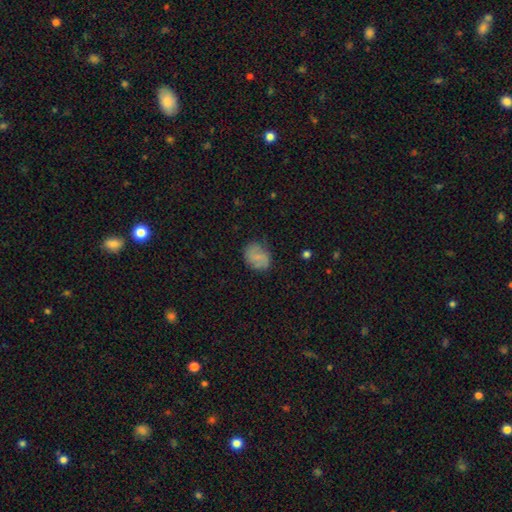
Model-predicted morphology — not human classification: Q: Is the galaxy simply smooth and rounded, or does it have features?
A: smooth — 68%.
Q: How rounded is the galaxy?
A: in between — 53%.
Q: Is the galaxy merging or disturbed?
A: none — 69%.